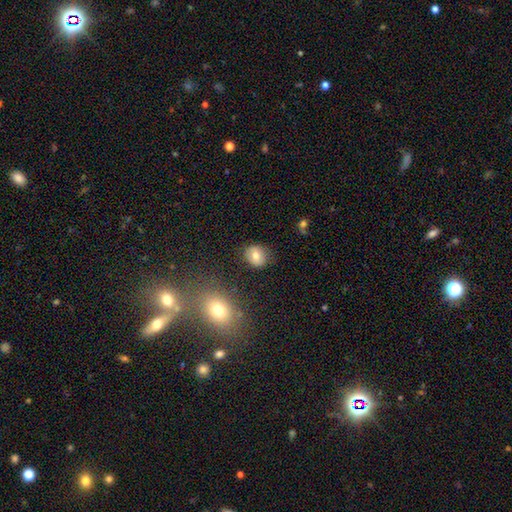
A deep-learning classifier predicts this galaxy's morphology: type=smooth (75%); roundness=round (62%); merging=none (84%).